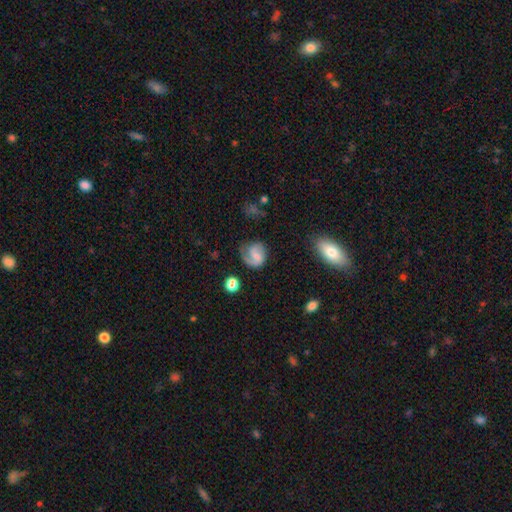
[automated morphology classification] Smooth or featured?
  - featured or disk: 62% *
  - smooth: 30%
  - star or artifact: 8%
Edge-on disk?
  - no: 98% *
  - yes: 2%
Bar?
  - weak: 49% *
  - no: 35%
  - strong: 15%
Spiral arms?
  - yes: 91% *
  - no: 9%
Spiral winding?
  - medium: 45% *
  - loose: 28%
  - tight: 27%
Spiral arm count?
  - 2: 51% *
  - 1: 39%
  - can't tell: 7%
  - 3: 1%
  - 4: 1%
  - more than 4: 1%
Bulge size?
  - small: 44% *
  - none: 27%
  - moderate: 24%
  - large: 3%
  - dominant: 1%
Merging?
  - none: 62% *
  - minor disturbance: 21%
  - major disturbance: 15%
  - merger: 2%